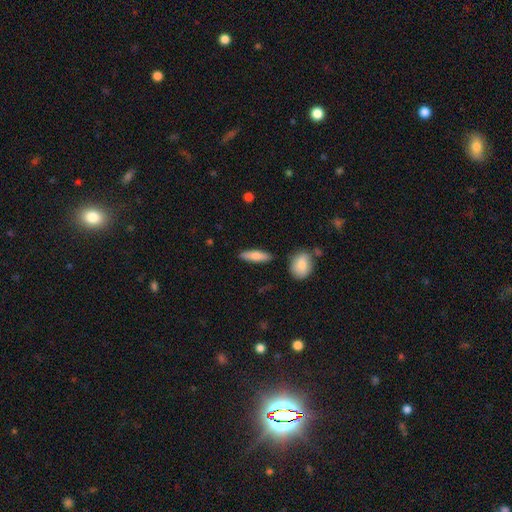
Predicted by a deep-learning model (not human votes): This appears to be a smooth galaxy with no disk features (77%) that is cigar-shaped (63%). Merging: none (85%).